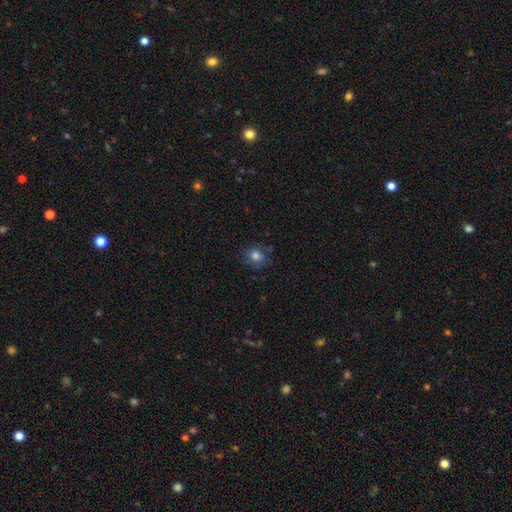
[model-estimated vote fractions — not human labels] This appears to be a smooth galaxy with no disk features (79%) that is round (67%). Merging: none (74%).